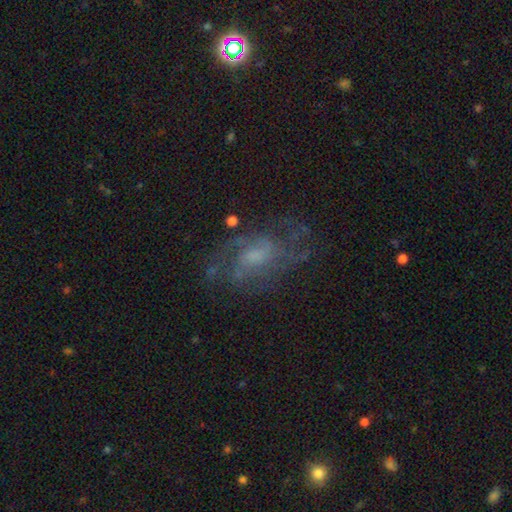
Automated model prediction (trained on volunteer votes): This is likely a featured or disk galaxy (73%). It is clearly not viewed edge-on (96%). Bar: possibly no (55%). Spiral arm pattern: clearly yes (84%). Spiral arm count: marginally can't tell (37%). Spiral winding: possibly medium (46%). Central bulge: marginally moderate (36%). Merging: likely none (61%).